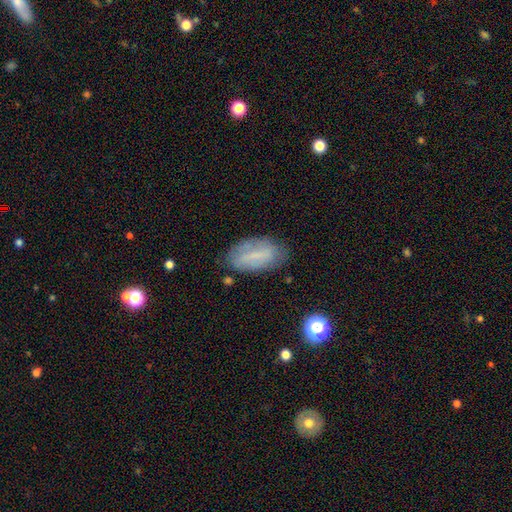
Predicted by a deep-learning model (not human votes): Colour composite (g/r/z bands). It shows a smooth galaxy with no disk features (54%) that is in between round and cigar-shaped (87%). Merging: none (73%).